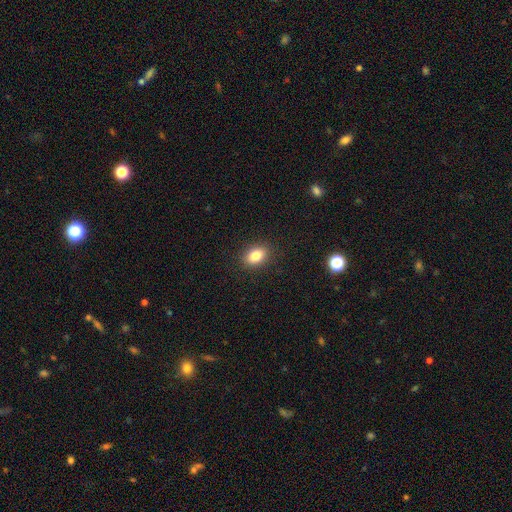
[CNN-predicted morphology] This appears to be a smooth galaxy with no disk features (82%) that is in between round and cigar-shaped (78%). Merging: none (89%).